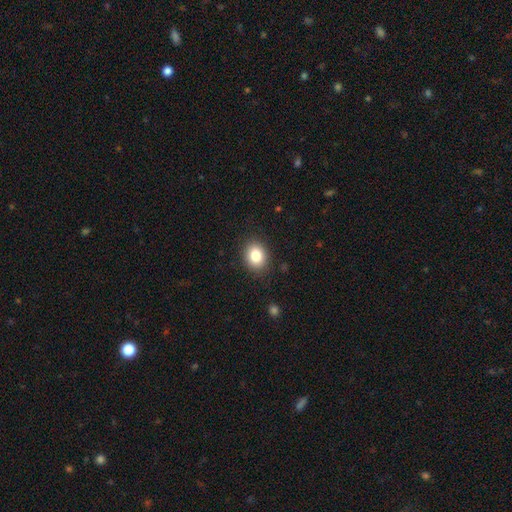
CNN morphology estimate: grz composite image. It shows a smooth galaxy with no disk features (83%) that is round (55%). Merging: none (88%).